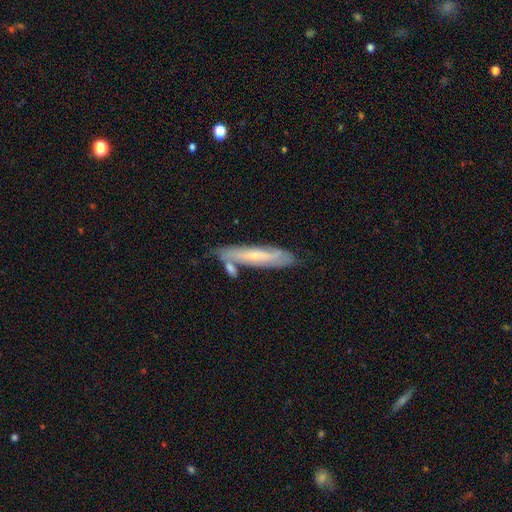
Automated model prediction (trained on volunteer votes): Q: Smooth or featured?
A: featured or disk (54%); runner-up: smooth (39%)
Q: Edge-on disk?
A: yes (56%); runner-up: no (44%)
Q: Merging?
A: none (67%); runner-up: minor disturbance (17%)